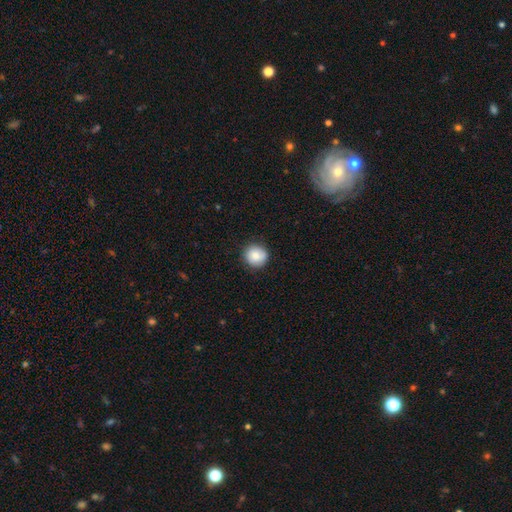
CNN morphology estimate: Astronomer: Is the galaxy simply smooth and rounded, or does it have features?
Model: smooth — 82%.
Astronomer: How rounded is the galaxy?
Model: round — 94%.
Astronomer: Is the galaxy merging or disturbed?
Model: none — 88%.